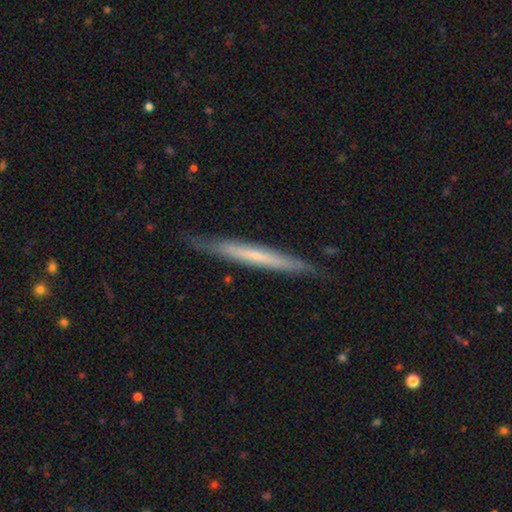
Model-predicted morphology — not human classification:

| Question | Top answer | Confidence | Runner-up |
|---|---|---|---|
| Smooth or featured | featured or disk | 52% | smooth (43%) |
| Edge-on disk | yes | 93% | no (7%) |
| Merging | none | 84% | minor disturbance (12%) |